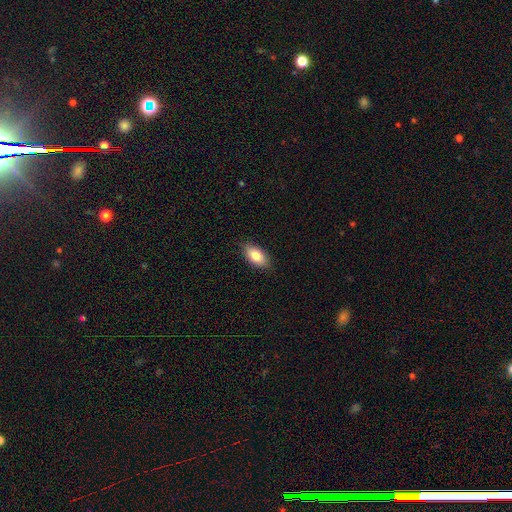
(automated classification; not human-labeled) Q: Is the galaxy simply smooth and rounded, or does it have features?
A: smooth — 83%.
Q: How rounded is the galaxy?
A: in between — 91%.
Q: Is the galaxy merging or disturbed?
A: none — 86%.